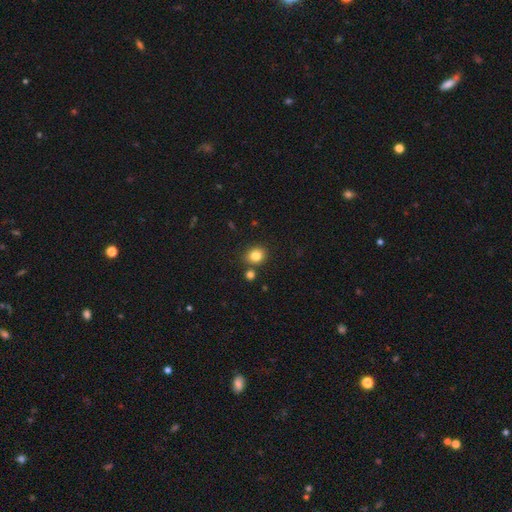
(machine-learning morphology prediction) Smooth or featured?
  - smooth: 82% *
  - star or artifact: 11%
  - featured or disk: 6%
How rounded?
  - round: 68% *
  - in between: 31%
  - cigar-shaped: 1%
Merging?
  - none: 78% *
  - minor disturbance: 10%
  - merger: 10%
  - major disturbance: 3%